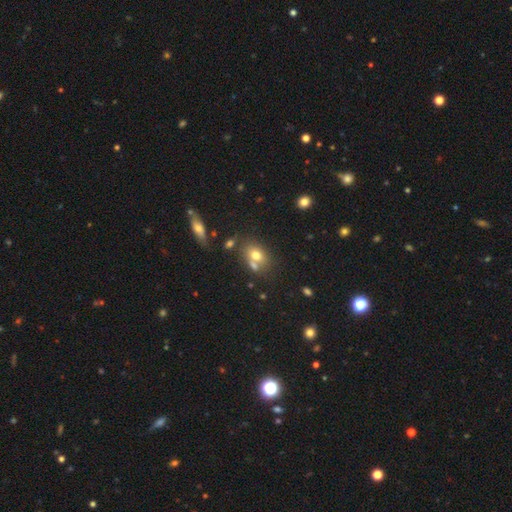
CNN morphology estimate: Q: Smooth or featured?
A: smooth (71%); runner-up: featured or disk (17%)
Q: How rounded?
A: in between (66%); runner-up: round (32%)
Q: Merging?
A: none (48%); runner-up: merger (33%)